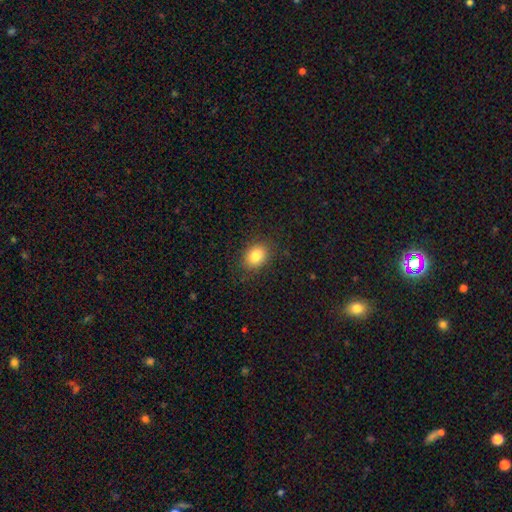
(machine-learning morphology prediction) This is clearly a smooth galaxy (83%). How rounded: possibly in between (54%). Merging: clearly none (87%).